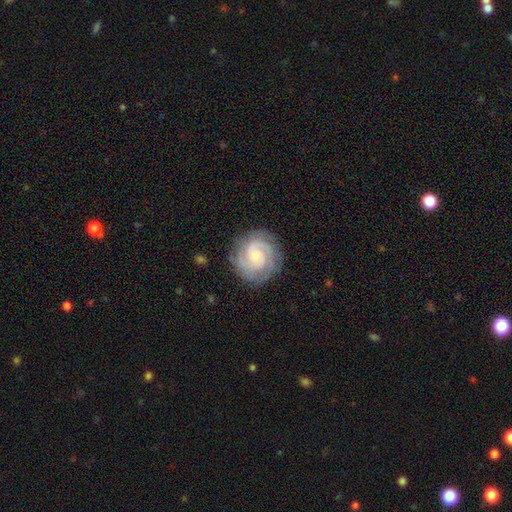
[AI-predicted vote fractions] This appears to be a featured or disk galaxy (86%) with no bar (66%), 2 (43%) tight (68%) spiral arms (98%) and a small central bulge (62%). Merging: none (83%).